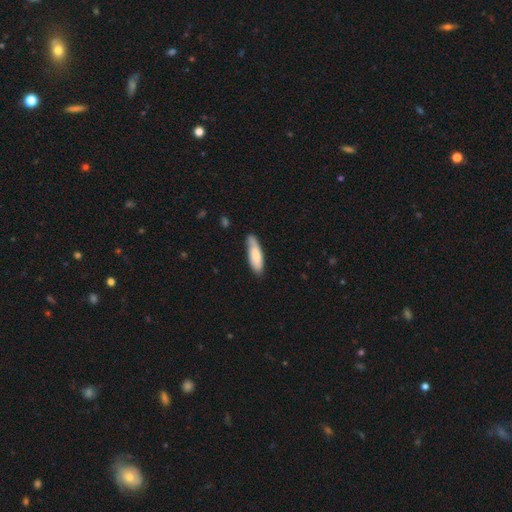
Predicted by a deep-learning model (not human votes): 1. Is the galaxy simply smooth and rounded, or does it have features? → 76% smooth, 18% featured or disk, 6% star or artifact.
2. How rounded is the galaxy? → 51% cigar-shaped, 47% in between, 1% round.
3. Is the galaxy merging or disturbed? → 72% none, 22% minor disturbance, 4% major disturbance, 2% merger.